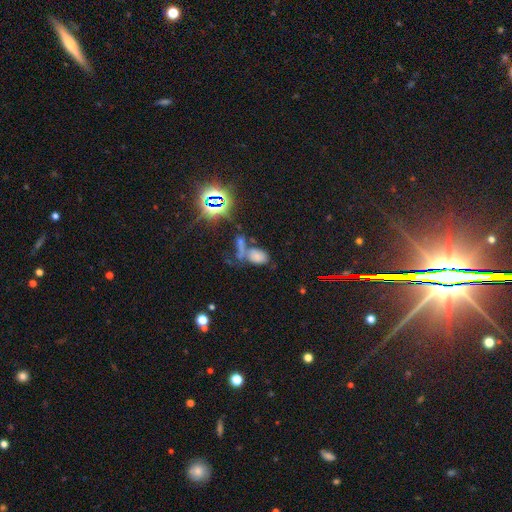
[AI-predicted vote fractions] Smooth or featured: smooth — 64% (star or artifact — 25%)
How rounded: in between — 88% (round — 9%)
Merging: merger — 40% (none — 36%)